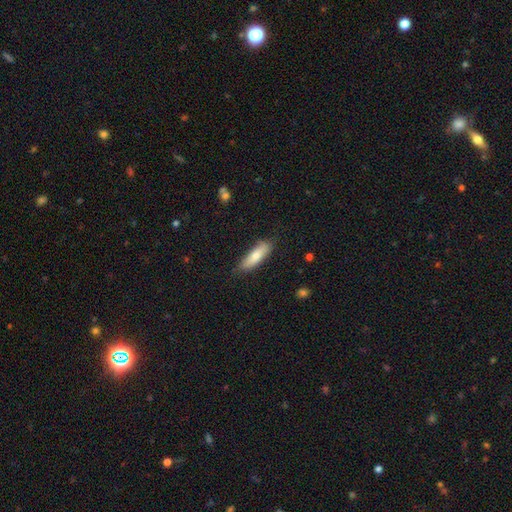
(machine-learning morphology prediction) Smooth or featured: smooth — 75% (featured or disk — 19%)
How rounded: cigar-shaped — 51% (in between — 47%)
Merging: none — 79% (minor disturbance — 16%)